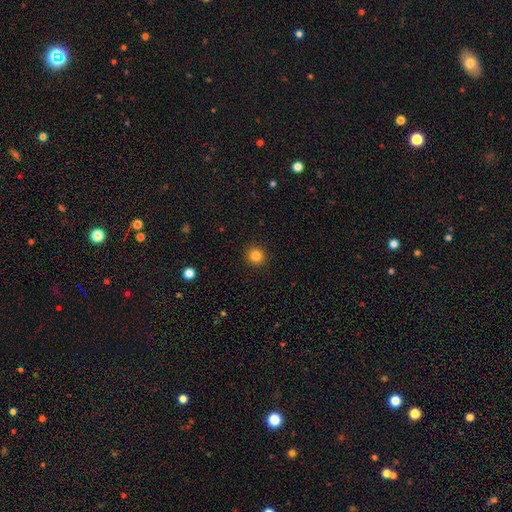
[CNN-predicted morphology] type=smooth (84%); roundness=round (92%); merging=none (92%).